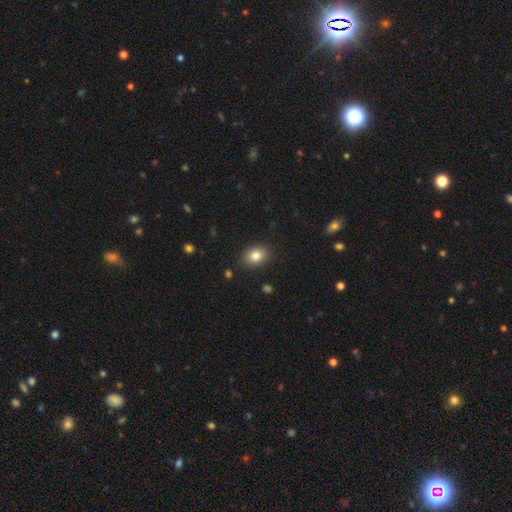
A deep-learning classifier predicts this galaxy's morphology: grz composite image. It shows a smooth galaxy with no disk features (83%) that is in between round and cigar-shaped (72%). Merging: none (87%).